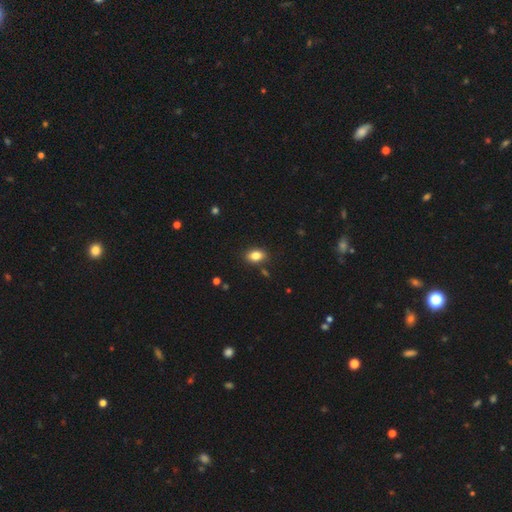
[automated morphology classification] type=smooth (84%); roundness=in between (84%); merging=none (86%).